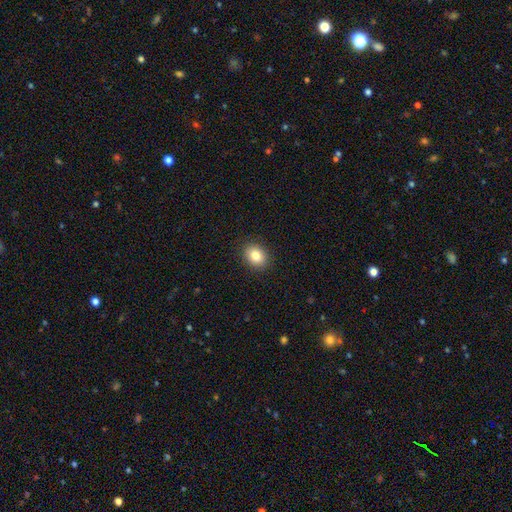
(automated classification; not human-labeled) The model was most divided on "how rounded": in between: 57%, round: 42%, cigar-shaped: 1%. More confident: merging — none (90%); smooth or featured — smooth (84%).